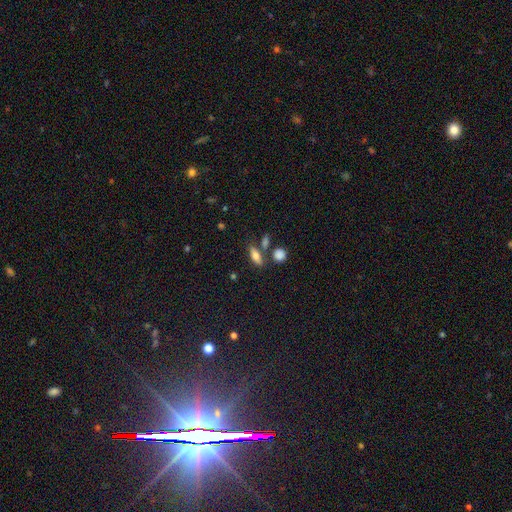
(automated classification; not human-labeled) Q: Smooth or featured?
A: smooth (68%); runner-up: featured or disk (22%)
Q: How rounded?
A: in between (64%); runner-up: cigar-shaped (29%)
Q: Merging?
A: none (68%); runner-up: merger (14%)